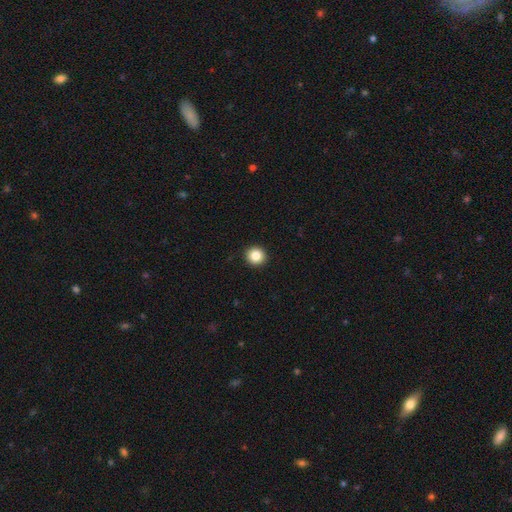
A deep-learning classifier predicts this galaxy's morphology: A smooth galaxy with no disk features (86%) that is round (93%).

Vote fractions:
- Smooth or featured? smooth: 86% / star or artifact: 9% / featured or disk: 5%
- How rounded? round: 93% / in between: 6% / cigar-shaped: 1%
- Merging? none: 93% / minor disturbance: 4% / major disturbance: 1% / merger: 1%